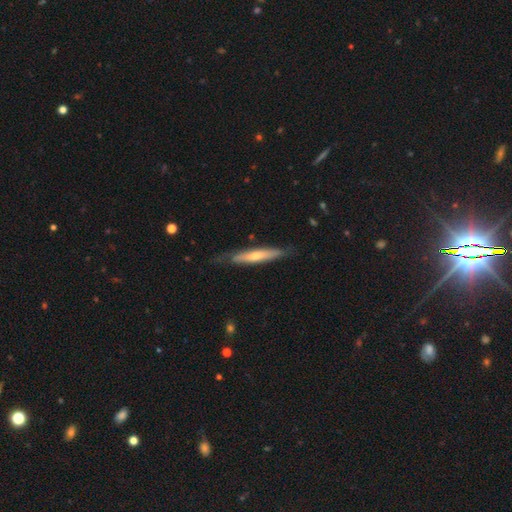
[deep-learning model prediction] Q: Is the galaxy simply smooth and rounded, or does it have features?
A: featured or disk — 52%.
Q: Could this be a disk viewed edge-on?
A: yes — 84%.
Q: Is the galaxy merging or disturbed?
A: none — 72%.